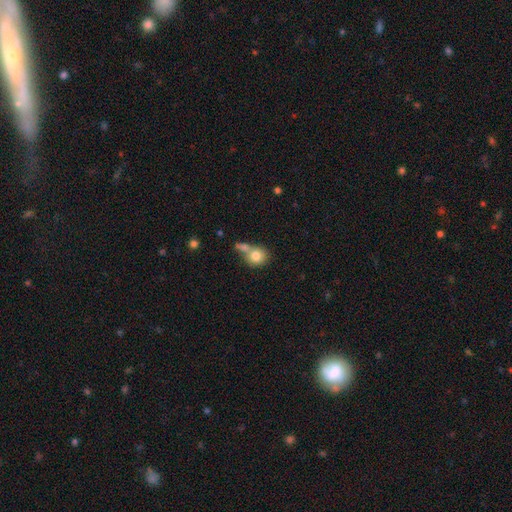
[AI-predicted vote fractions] Smooth or featured: smooth — 79% (featured or disk — 12%)
How rounded: round — 77% (in between — 21%)
Merging: merger — 42% (none — 40%)